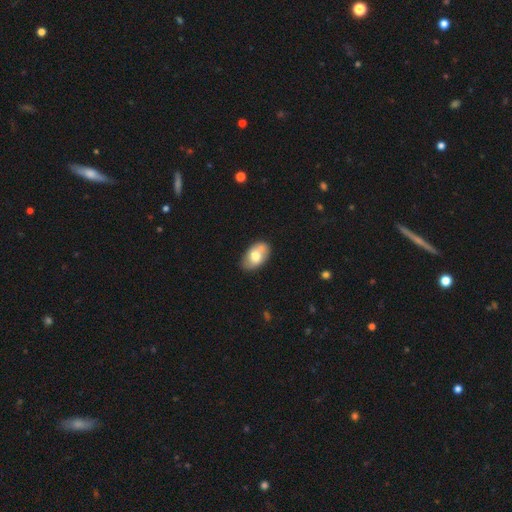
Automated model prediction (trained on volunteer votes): A smooth galaxy with no disk features (68%) that is in between round and cigar-shaped (91%).

Vote fractions:
- Smooth or featured? smooth: 68% / featured or disk: 25% / star or artifact: 7%
- How rounded? in between: 91% / round: 7% / cigar-shaped: 1%
- Merging? none: 69% / minor disturbance: 21% / merger: 7% / major disturbance: 4%